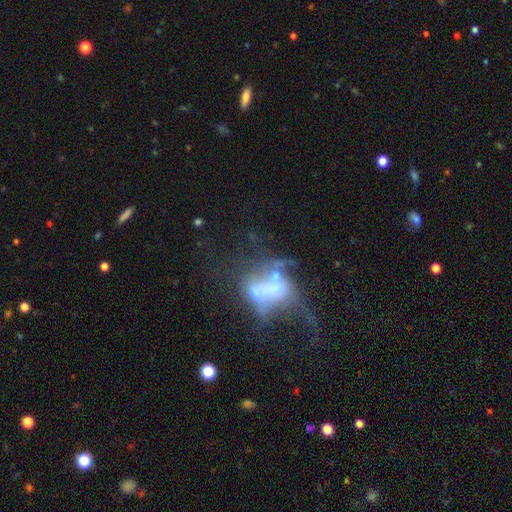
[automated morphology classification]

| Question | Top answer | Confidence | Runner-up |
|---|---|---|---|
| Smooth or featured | featured or disk | 54% | smooth (24%) |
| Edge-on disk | no | 87% | yes (13%) |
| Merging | major disturbance | 35% | merger (31%) |